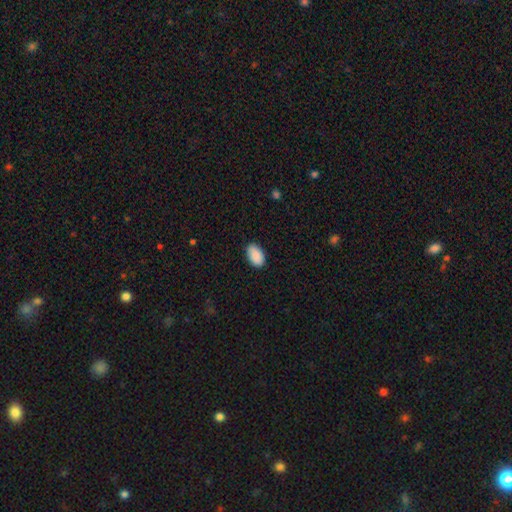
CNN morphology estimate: A smooth galaxy with no disk features (90%) that is in between round and cigar-shaped (92%). Merging: none (85%).